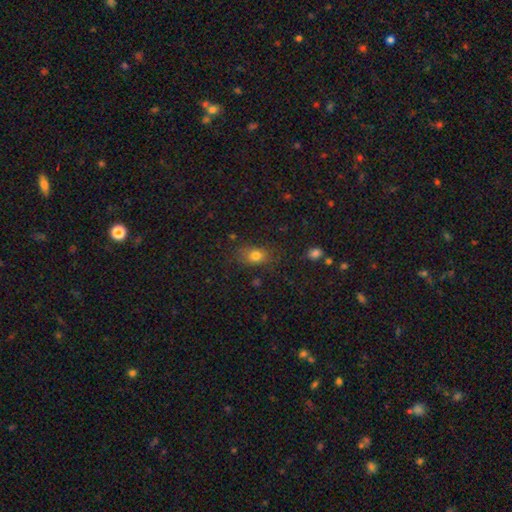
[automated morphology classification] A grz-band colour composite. It shows a smooth galaxy with no disk features (78%) that is in between round and cigar-shaped (70%). Merging: none (74%).